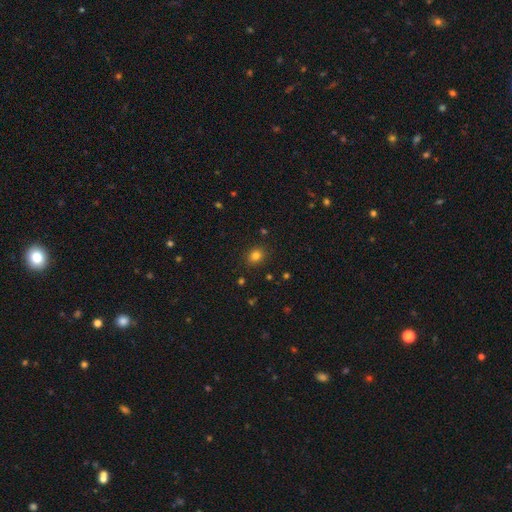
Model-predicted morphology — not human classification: smooth 80%, star or artifact 14%, featured or disk 5%. Down the decision tree: how rounded — round (65%); merging — none (87%).